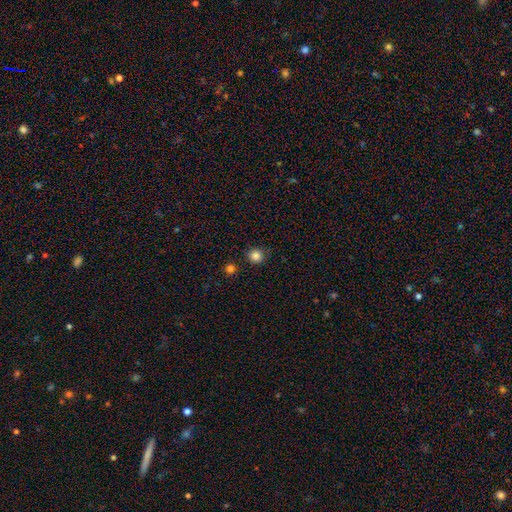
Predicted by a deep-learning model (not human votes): Smooth or featured?
  - smooth: 84% *
  - star or artifact: 12%
  - featured or disk: 4%
How rounded?
  - round: 94% *
  - in between: 5%
  - cigar-shaped: 1%
Merging?
  - none: 88% *
  - minor disturbance: 7%
  - merger: 3%
  - major disturbance: 2%